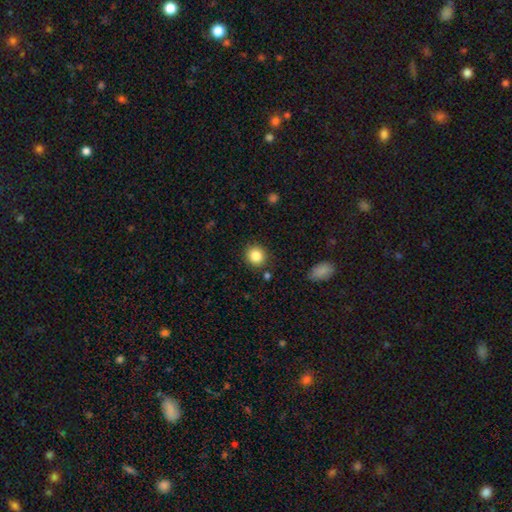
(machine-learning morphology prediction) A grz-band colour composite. It shows a smooth galaxy with no disk features (84%) that is round (87%). Merging: none (88%).